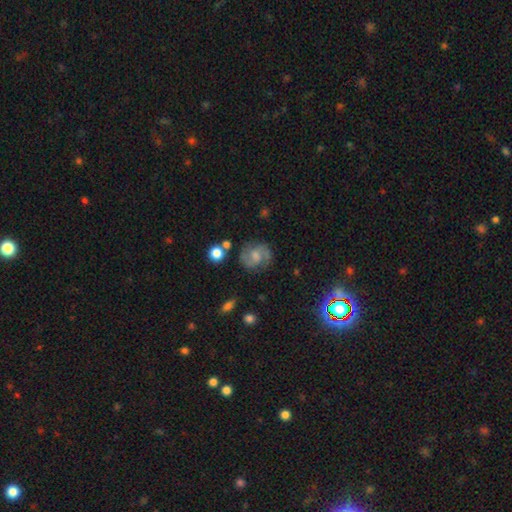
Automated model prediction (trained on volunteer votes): Overall: featured or disk (63%; smooth 28%). Edge-on disk: no (97%). Bar: weak (49%; no 41%). Spiral arms: yes (90%). Spiral arm count: 2 (83%). Spiral winding: medium (52%; loose 24%). Bulge size: moderate (38%; small 32%). Merging: none (69%).